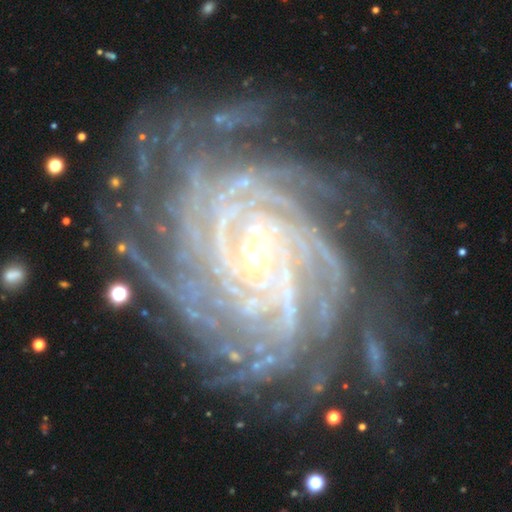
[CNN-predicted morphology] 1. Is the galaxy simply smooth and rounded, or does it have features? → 92% featured or disk, 5% star or artifact, 3% smooth.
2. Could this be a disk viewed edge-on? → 97% no, 3% yes.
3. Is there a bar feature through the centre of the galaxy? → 62% no, 25% weak, 14% strong.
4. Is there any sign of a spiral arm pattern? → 99% yes, 1% no.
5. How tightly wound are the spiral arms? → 82% tight, 15% medium, 2% loose.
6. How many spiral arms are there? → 36% more than 4, 21% 4, 16% can't tell, 10% 3, 9% 2, 8% 1.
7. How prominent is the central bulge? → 76% small, 21% moderate, 2% large, 1% none, 1% dominant.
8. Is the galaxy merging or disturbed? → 72% none, 17% minor disturbance, 9% major disturbance, 2% merger.